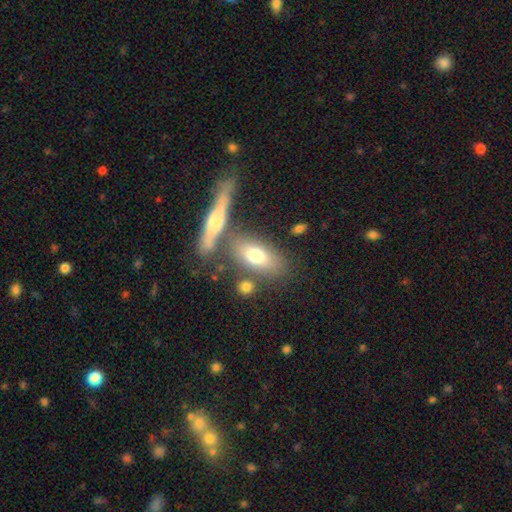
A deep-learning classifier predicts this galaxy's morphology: smooth_or_featured: smooth (p=0.68) [alt: featured or disk p=0.23]
how_rounded: in between (p=0.75) [alt: cigar-shaped p=0.17]
merging: none (p=0.61) [alt: merger p=0.20]